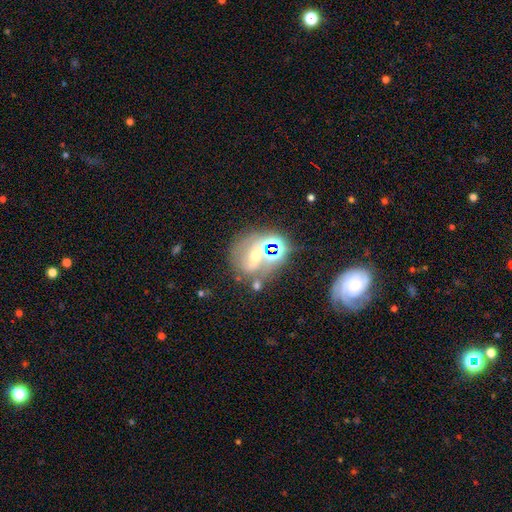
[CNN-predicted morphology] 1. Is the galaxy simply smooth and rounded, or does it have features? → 41% featured or disk, 32% star or artifact, 26% smooth.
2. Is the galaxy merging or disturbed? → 56% none, 16% minor disturbance, 16% merger, 11% major disturbance.